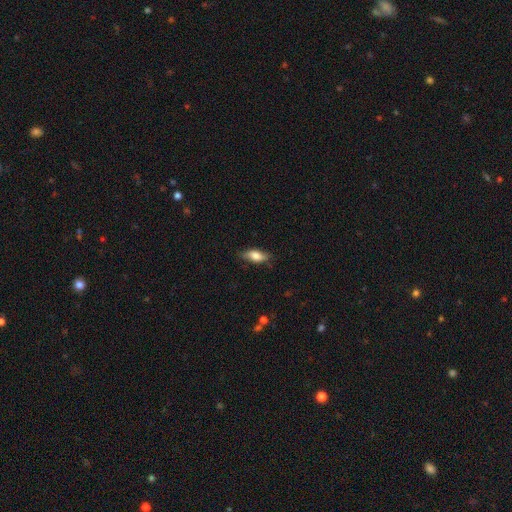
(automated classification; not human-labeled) A smooth galaxy with no disk features (75%) that is in between round and cigar-shaped (75%).

Vote fractions:
- Smooth or featured? smooth: 75% / featured or disk: 18% / star or artifact: 7%
- How rounded? in between: 75% / cigar-shaped: 21% / round: 3%
- Merging? none: 78% / minor disturbance: 17% / major disturbance: 3% / merger: 1%